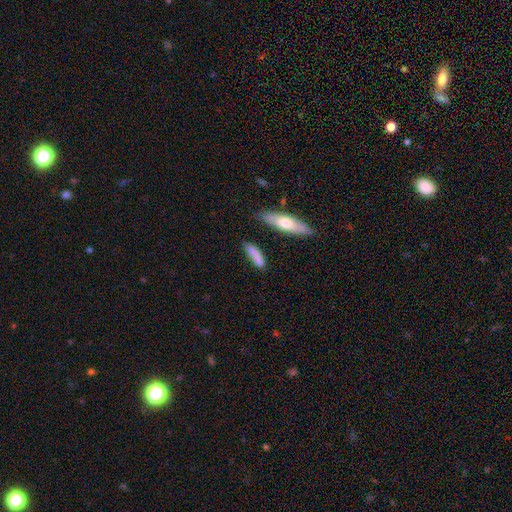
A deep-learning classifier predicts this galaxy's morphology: smooth_or_featured: smooth (p=0.79) [alt: featured or disk p=0.14]
how_rounded: cigar-shaped (p=0.65) [alt: in between p=0.33]
merging: none (p=0.65) [alt: minor disturbance p=0.23]